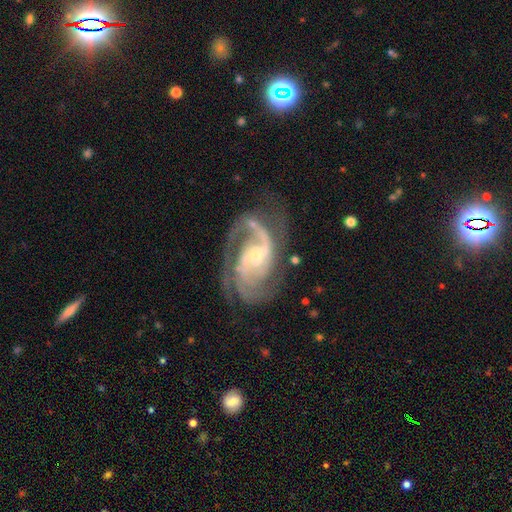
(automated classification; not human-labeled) A featured or disk galaxy (91%) with no bar (50%), 2 (46%) medium (47%) spiral arms (98%) and a small central bulge (62%).

Vote fractions:
- Smooth or featured? featured or disk: 91% / star or artifact: 5% / smooth: 4%
- Edge-on disk? no: 97% / yes: 3%
- Bar? no: 50% / weak: 37% / strong: 13%
- Spiral arms? yes: 98% / no: 2%
- Spiral winding? medium: 47% / tight: 41% / loose: 12%
- Spiral arm count? 2: 46% / 3: 25% / can't tell: 12% / 4: 6% / 1: 6% / more than 4: 5%
- Bulge size? small: 62% / moderate: 33% / large: 2% / none: 2% / dominant: 1%
- Merging? none: 64% / minor disturbance: 19% / major disturbance: 14% / merger: 2%